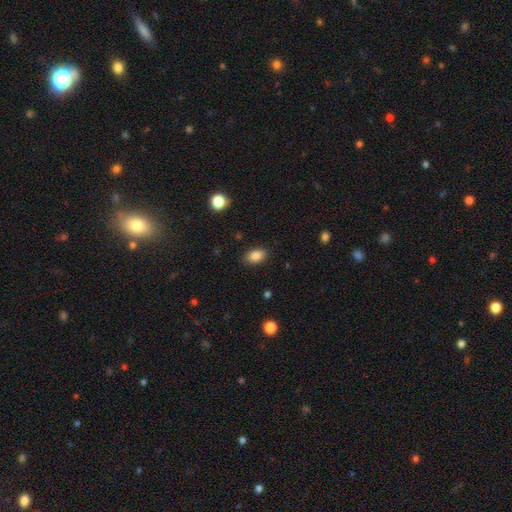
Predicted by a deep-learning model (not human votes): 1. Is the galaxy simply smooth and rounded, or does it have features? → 86% smooth, 9% star or artifact, 5% featured or disk.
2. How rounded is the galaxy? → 88% in between, 10% round, 2% cigar-shaped.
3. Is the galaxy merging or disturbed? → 87% none, 9% minor disturbance, 2% major disturbance, 1% merger.